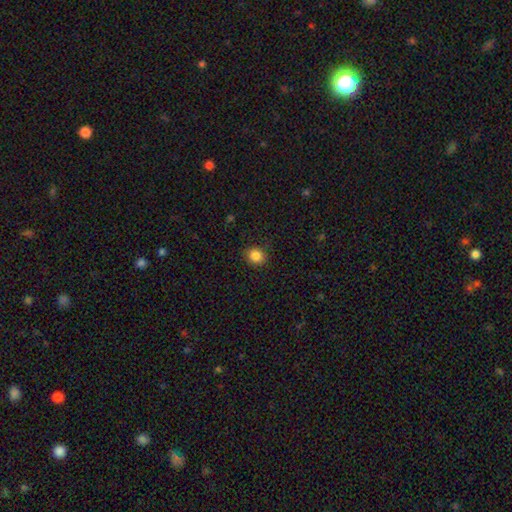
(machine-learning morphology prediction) A smooth galaxy with no disk features (85%) that is round (80%). Merging: none (88%).